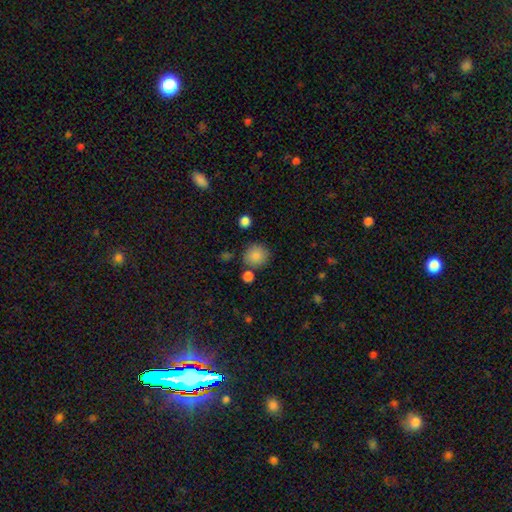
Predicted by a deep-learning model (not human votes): smooth_or_featured: smooth (p=0.86) [alt: star or artifact p=0.09]
how_rounded: round (p=0.88) [alt: in between p=0.11]
merging: none (p=0.77) [alt: minor disturbance p=0.10]